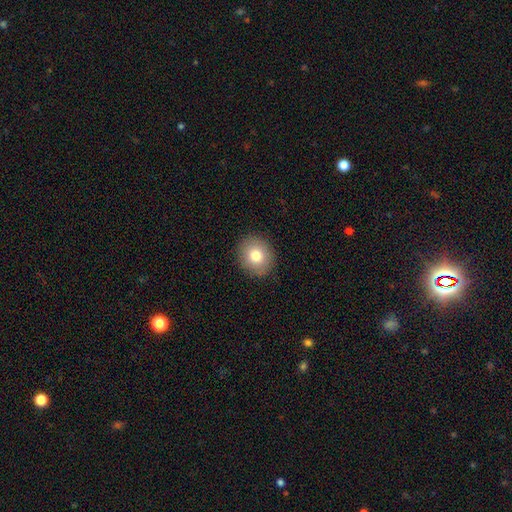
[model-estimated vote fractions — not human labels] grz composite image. It shows a smooth galaxy with no disk features (80%) that is round (77%). Merging: none (90%).